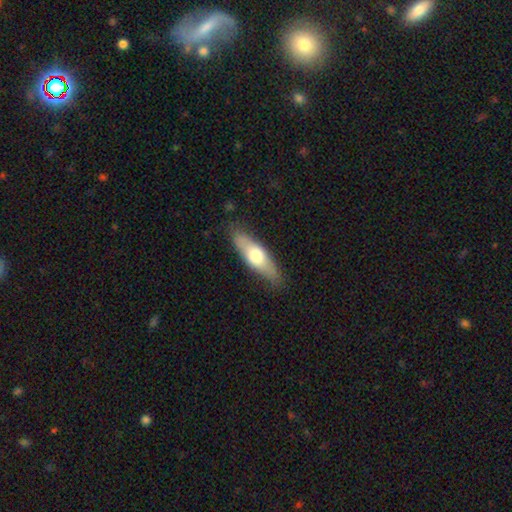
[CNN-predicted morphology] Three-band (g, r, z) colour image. It shows a smooth galaxy with no disk features (58%) that is cigar-shaped (49%, tied with in between). Merging: none (83%).